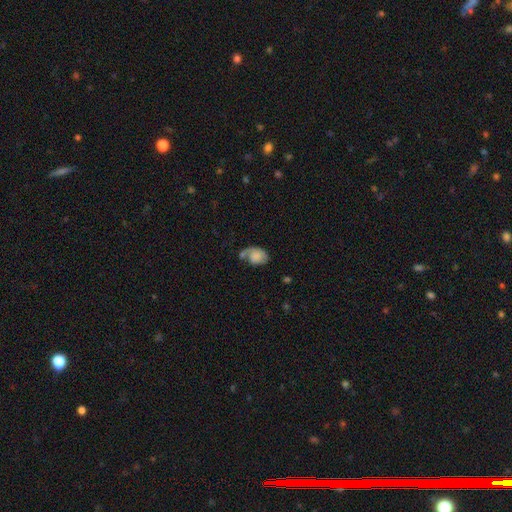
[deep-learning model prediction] smooth_or_featured: smooth (p=0.62) [alt: featured or disk p=0.29]
how_rounded: in between (p=0.75) [alt: round p=0.24]
merging: none (p=0.34) [alt: major disturbance p=0.24]